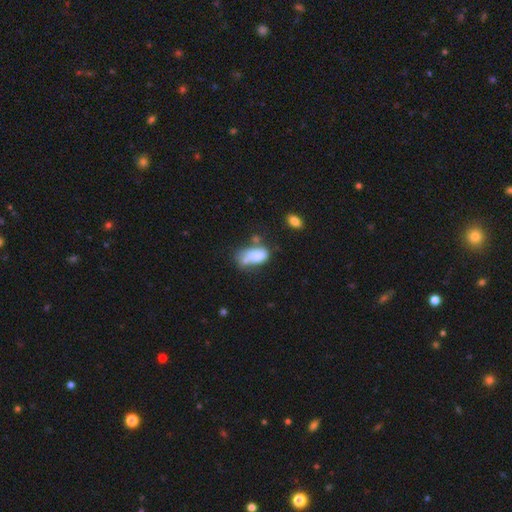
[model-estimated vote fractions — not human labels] Smooth or featured? Predicted: smooth (p=0.69). How rounded? Predicted: in between (p=0.89). Merging? Predicted: merger (p=0.39).